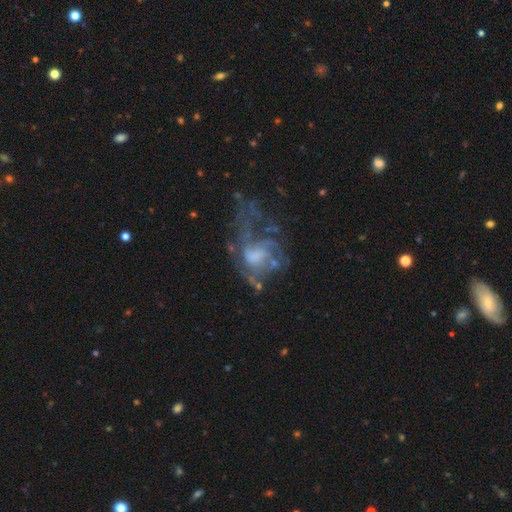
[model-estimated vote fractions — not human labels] Morphology: type=featured or disk (72%); edge-on=no (97%); bar=no (63%); spiral arms=yes (67%); bulge=moderate (34%); merging=major disturbance (45%).